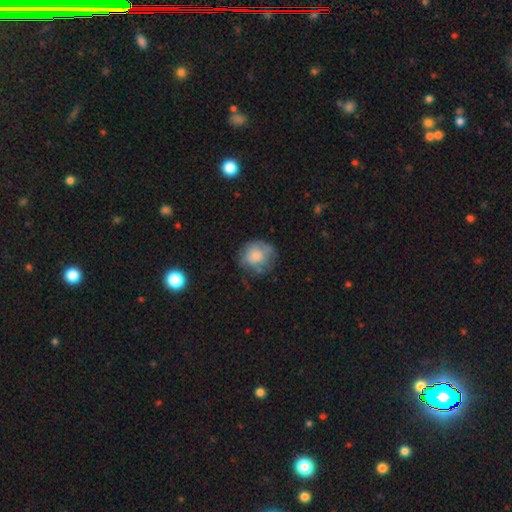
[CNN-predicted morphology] Q: Smooth or featured?
A: smooth (70%); runner-up: featured or disk (22%)
Q: How rounded?
A: round (81%); runner-up: in between (18%)
Q: Merging?
A: none (55%); runner-up: minor disturbance (28%)